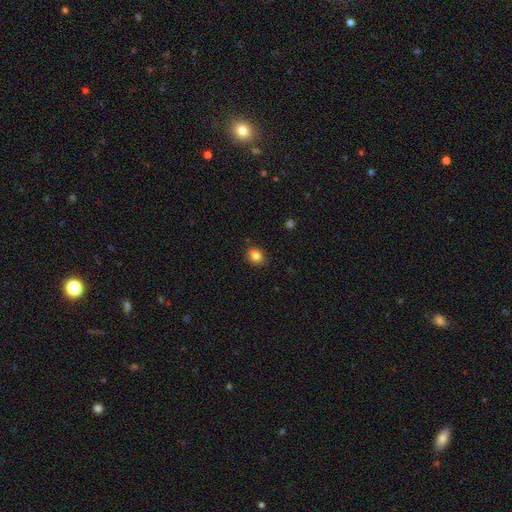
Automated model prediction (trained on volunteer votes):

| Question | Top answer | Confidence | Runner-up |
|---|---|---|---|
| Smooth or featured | smooth | 83% | star or artifact (10%) |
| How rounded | round | 50% | in between (49%) |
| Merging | none | 86% | minor disturbance (10%) |